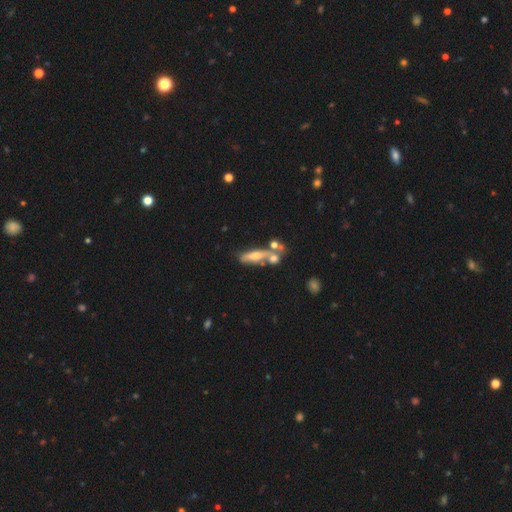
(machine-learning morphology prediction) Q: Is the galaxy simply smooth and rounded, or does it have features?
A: featured or disk — 45%.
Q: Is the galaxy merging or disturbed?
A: none — 39%.